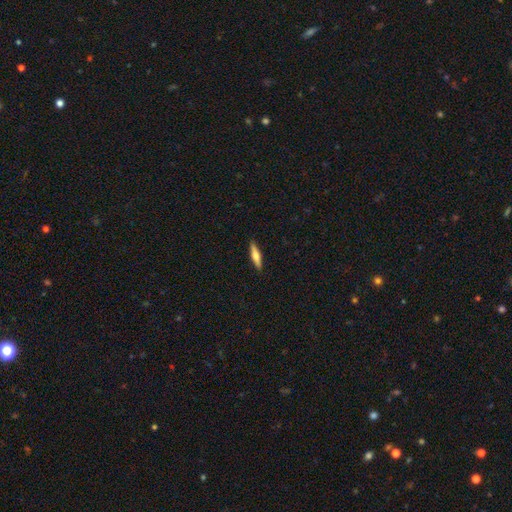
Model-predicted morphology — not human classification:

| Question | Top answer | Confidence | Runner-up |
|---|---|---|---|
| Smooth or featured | smooth | 55% | featured or disk (39%) |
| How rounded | cigar-shaped | 81% | in between (18%) |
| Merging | none | 91% | minor disturbance (7%) |